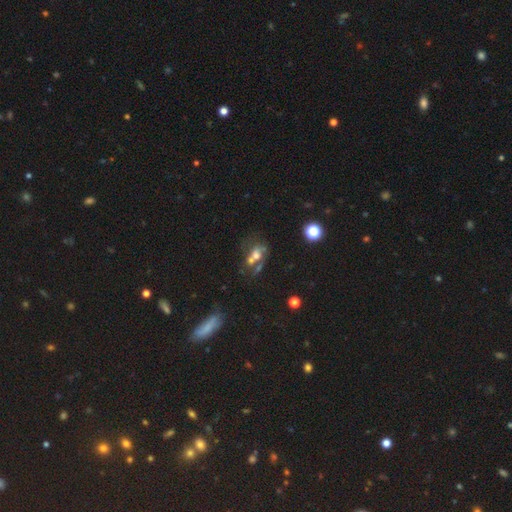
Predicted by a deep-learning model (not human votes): Overall: smooth (45%; featured or disk 36%). Merging: merger (49%; none 25%).